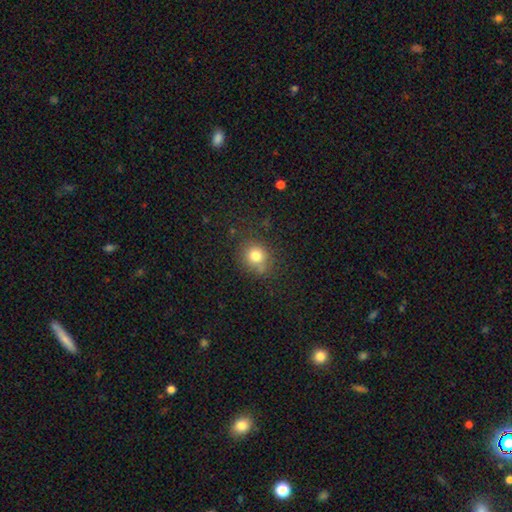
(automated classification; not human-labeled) Smooth or featured? Predicted: smooth (p=0.78). How rounded? Predicted: round (p=0.81). Merging? Predicted: none (p=0.74).